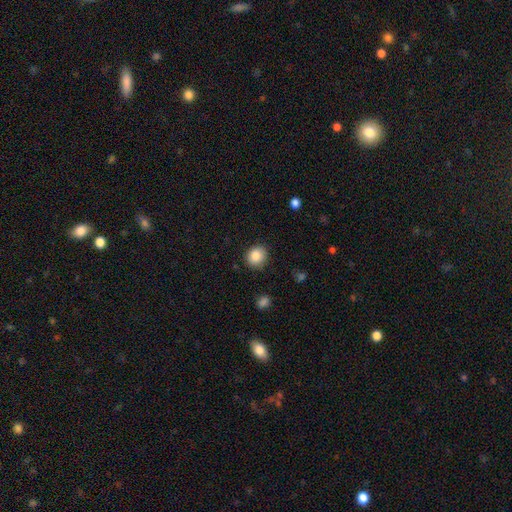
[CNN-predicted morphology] A smooth galaxy with no disk features (86%) that is round (76%).

Vote fractions:
- Smooth or featured? smooth: 86% / star or artifact: 9% / featured or disk: 5%
- How rounded? round: 76% / in between: 23% / cigar-shaped: 1%
- Merging? none: 86% / minor disturbance: 10% / major disturbance: 2% / merger: 1%